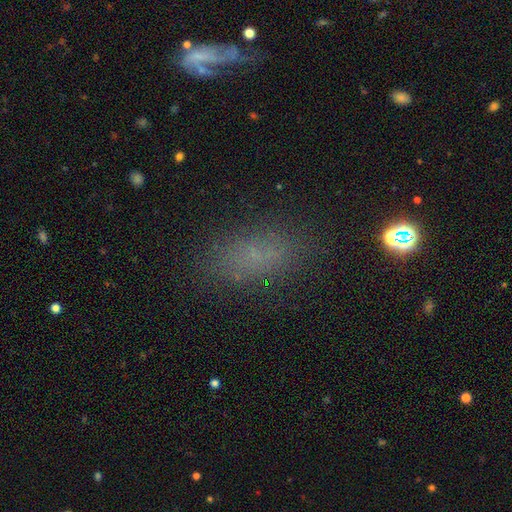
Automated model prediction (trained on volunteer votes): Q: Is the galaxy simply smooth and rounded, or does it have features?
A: smooth — 65%.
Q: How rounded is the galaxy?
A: in between — 83%.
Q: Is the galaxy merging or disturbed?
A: none — 79%.